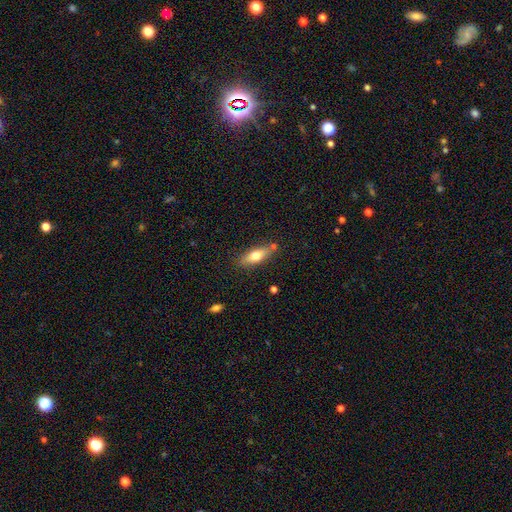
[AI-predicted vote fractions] smooth-or-featured: smooth: 66% | featured or disk: 28% | star or artifact: 7%
  how-rounded: in between: 60% | cigar-shaped: 37% | round: 3%
  merging: none: 78% | minor disturbance: 13% | merger: 5% | major disturbance: 3%